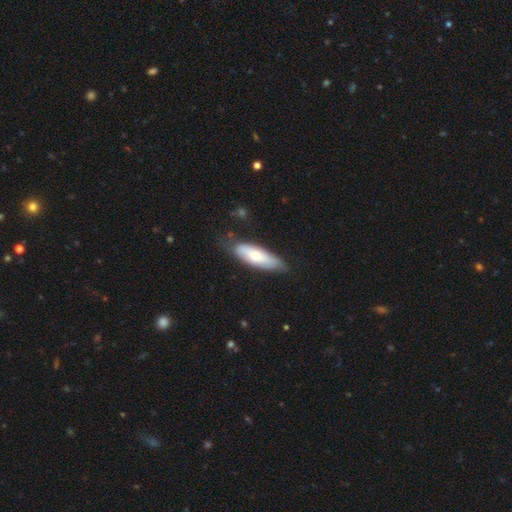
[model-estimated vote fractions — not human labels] Smooth or featured? Predicted: smooth (p=0.62). How rounded? Predicted: in between (p=0.61). Merging? Predicted: none (p=0.74).